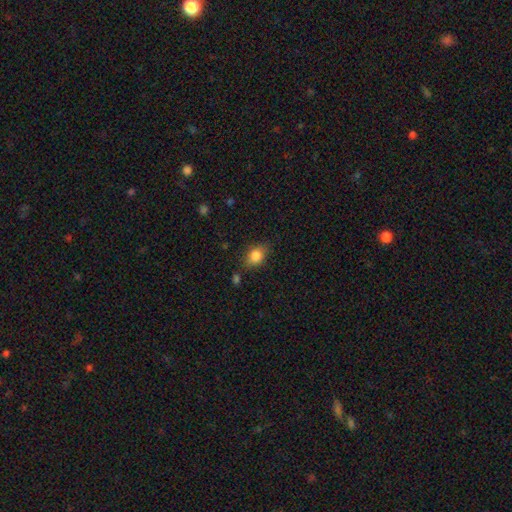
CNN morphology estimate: This appears to be a smooth galaxy with no disk features (84%) that is in between round and cigar-shaped (64%). Merging: none (76%).